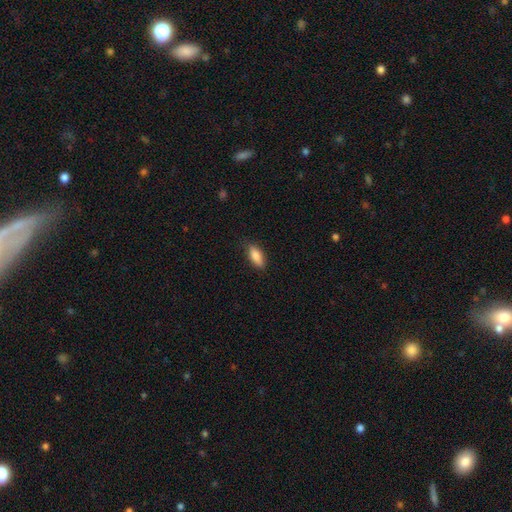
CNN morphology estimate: A smooth galaxy with no disk features (85%) that is in between round and cigar-shaped (74%). Merging: none (83%).